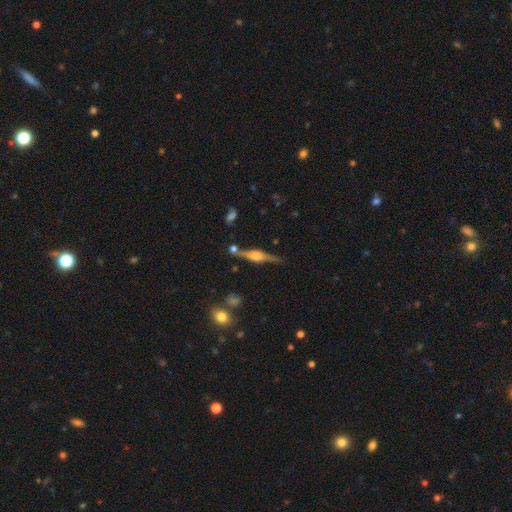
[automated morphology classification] smooth-or-featured: featured or disk: 82% | smooth: 11% | star or artifact: 6%
  disk-edge-on: yes: 97% | no: 3%
    edge-on-bulge: rounded: 85% | boxy: 13% | none: 2%
  merging: none: 81% | minor disturbance: 11% | merger: 6% | major disturbance: 3%